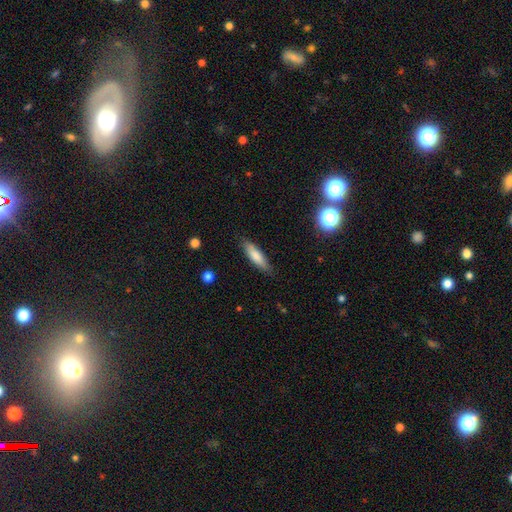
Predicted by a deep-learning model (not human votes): The model was most divided on "how rounded": cigar-shaped: 67%, in between: 32%, round: 2%. More confident: merging — none (85%); smooth or featured — smooth (78%).